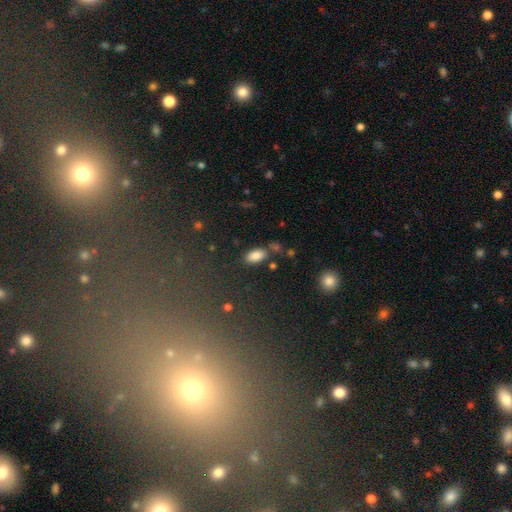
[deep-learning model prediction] Smooth or featured: smooth — 85% (star or artifact — 9%)
How rounded: in between — 93% (cigar-shaped — 4%)
Merging: none — 77% (minor disturbance — 13%)